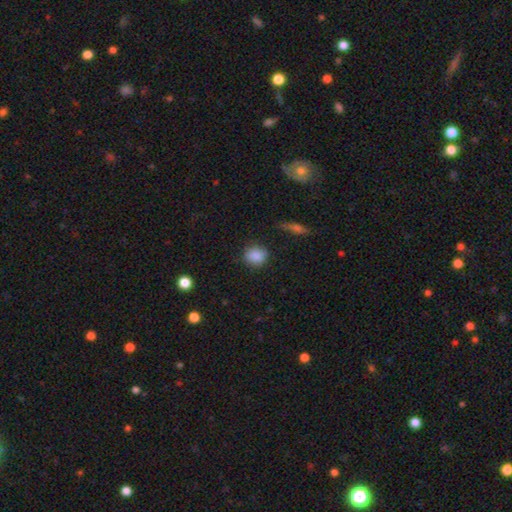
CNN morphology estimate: Overall: smooth (86%). How rounded: round (70%). Merging: none (81%).